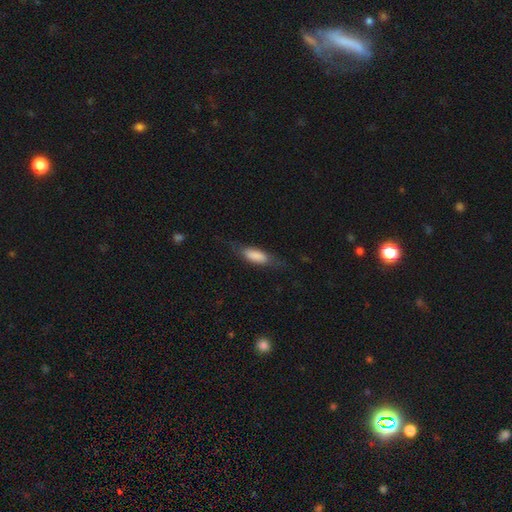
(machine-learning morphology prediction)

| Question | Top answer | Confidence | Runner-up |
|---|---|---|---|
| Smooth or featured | smooth | 74% | featured or disk (20%) |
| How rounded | in between | 61% | cigar-shaped (37%) |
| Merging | none | 65% | minor disturbance (23%) |